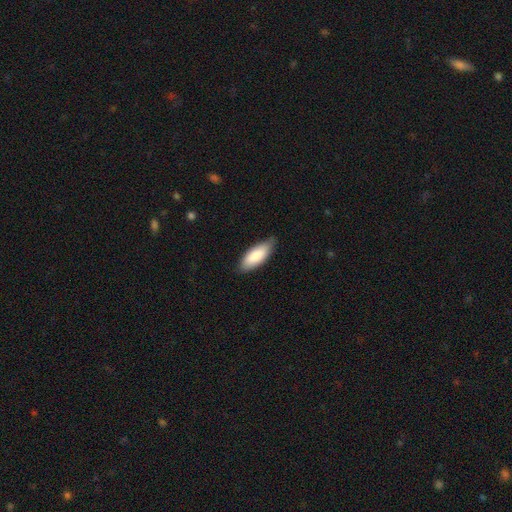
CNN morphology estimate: A smooth galaxy with no disk features (83%) that is in between round and cigar-shaped (78%).

Vote fractions:
- Smooth or featured? smooth: 83% / featured or disk: 12% / star or artifact: 5%
- How rounded? in between: 78% / cigar-shaped: 20% / round: 2%
- Merging? none: 76% / minor disturbance: 20% / major disturbance: 3% / merger: 1%